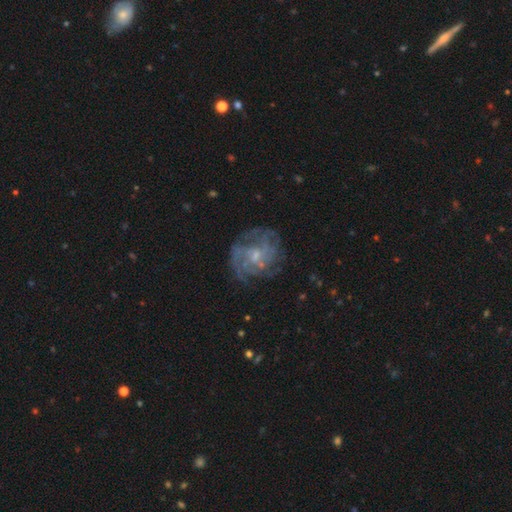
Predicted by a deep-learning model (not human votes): Morphology: type=featured or disk (76%); edge-on=no (97%); bar=no (62%); spiral arms=yes (82%); winding=tight (47%); arm count=can't tell (46%); bulge=small (57%); merging=none (70%).